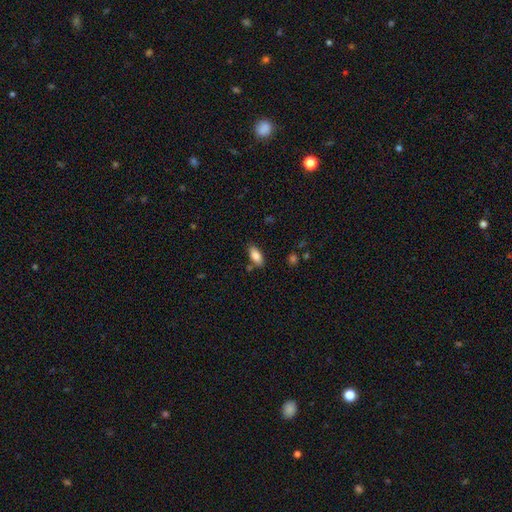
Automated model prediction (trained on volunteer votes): smooth 84%, featured or disk 8%, star or artifact 7%. Down the decision tree: how rounded — in between (86%); merging — none (79%).